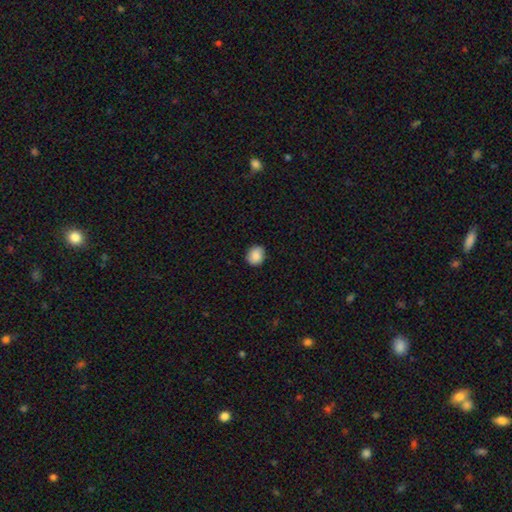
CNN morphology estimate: Q: Smooth or featured?
A: smooth (87%); runner-up: star or artifact (8%)
Q: How rounded?
A: round (77%); runner-up: in between (22%)
Q: Merging?
A: none (86%); runner-up: minor disturbance (11%)